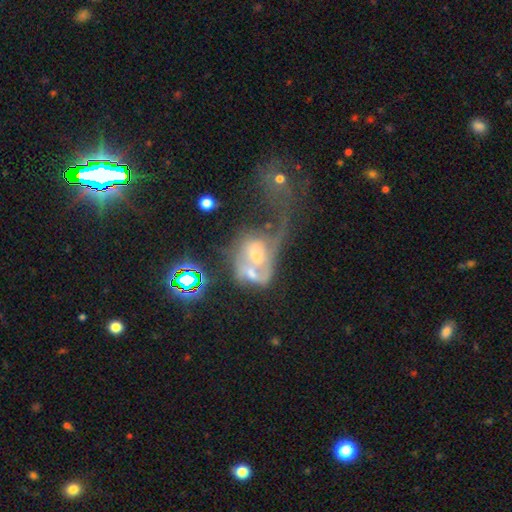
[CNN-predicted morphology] This appears to be a featured or disk galaxy (56%) with no bar (69%), spiral arms (54%) and a moderate central bulge (50%). Merging: merger (66%).